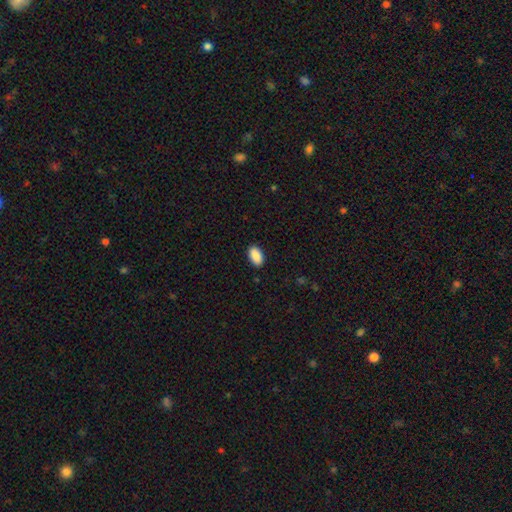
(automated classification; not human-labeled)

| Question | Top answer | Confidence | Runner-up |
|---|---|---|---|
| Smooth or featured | smooth | 90% | star or artifact (7%) |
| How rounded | in between | 94% | round (4%) |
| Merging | none | 89% | minor disturbance (8%) |